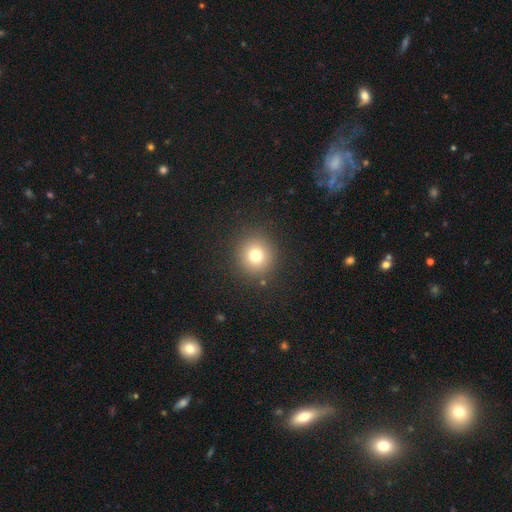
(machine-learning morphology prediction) type=smooth (77%); roundness=round (93%); merging=none (90%).